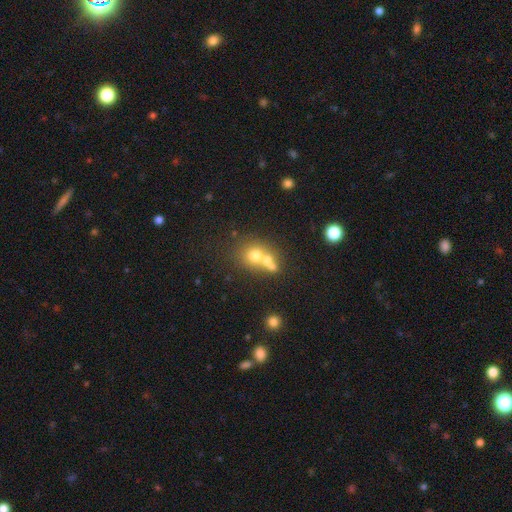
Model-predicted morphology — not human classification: Smooth or featured? Predicted: smooth (p=0.65). How rounded? Predicted: round (p=0.77). Merging? Predicted: merger (p=0.52).